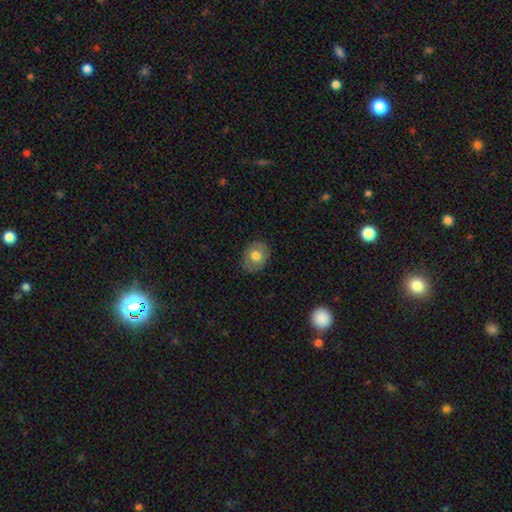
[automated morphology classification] smooth 72%, featured or disk 20%, star or artifact 8%. Down the decision tree: how rounded — round (57%); merging — none (82%).